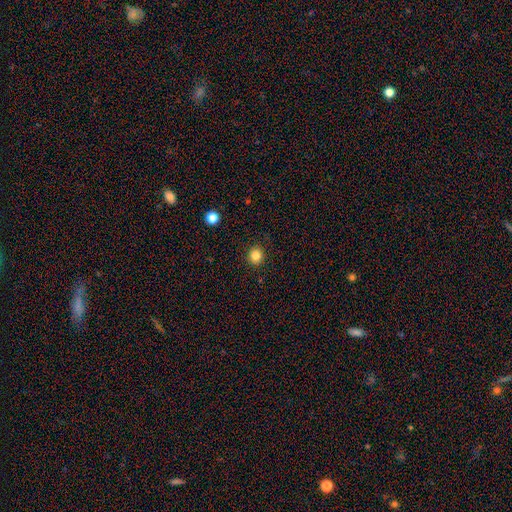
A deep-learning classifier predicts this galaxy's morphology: Smooth or featured: smooth — 84% (star or artifact — 12%)
How rounded: round — 87% (in between — 12%)
Merging: none — 91% (minor disturbance — 6%)